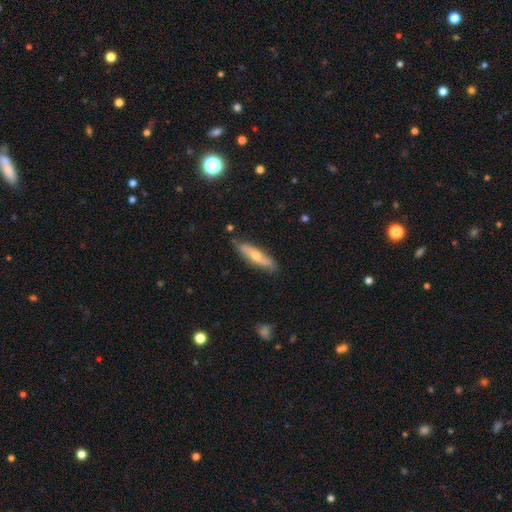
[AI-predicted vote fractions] This is possibly a featured or disk galaxy (50%). Merging: clearly none (82%).